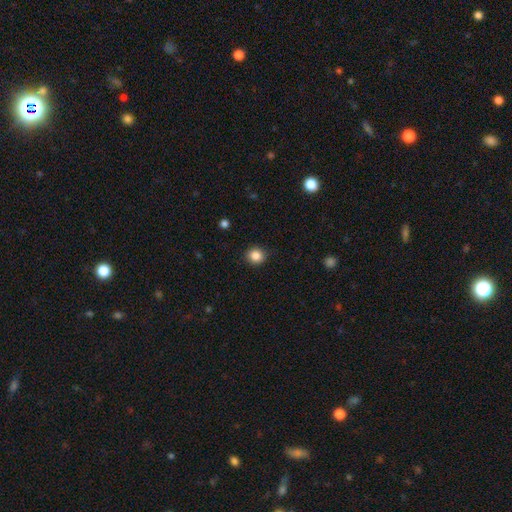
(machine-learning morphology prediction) smooth-or-featured: smooth: 85% | star or artifact: 10% | featured or disk: 4%
  how-rounded: round: 88% | in between: 11% | cigar-shaped: 1%
  merging: none: 89% | minor disturbance: 8% | major disturbance: 2% | merger: 1%